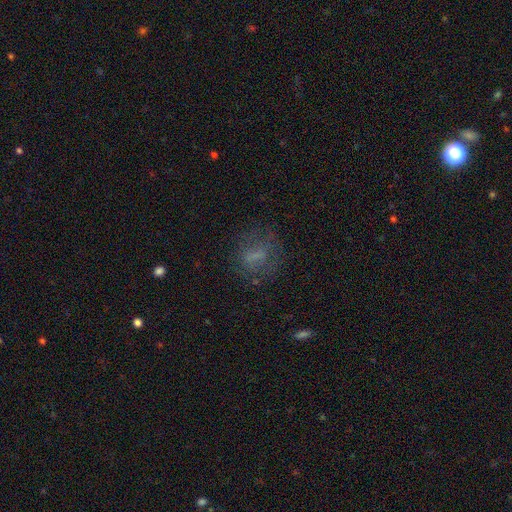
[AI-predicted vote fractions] Smooth or featured? Predicted: smooth (p=0.54). How rounded? Predicted: in between (p=0.47). Merging? Predicted: none (p=0.63).